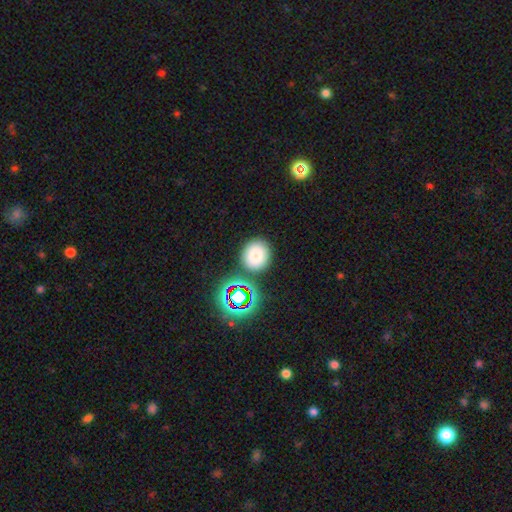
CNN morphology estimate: The model was most divided on "smooth or featured": smooth: 78%, star or artifact: 15%, featured or disk: 7%. More confident: how rounded — round (84%); merging — none (81%).